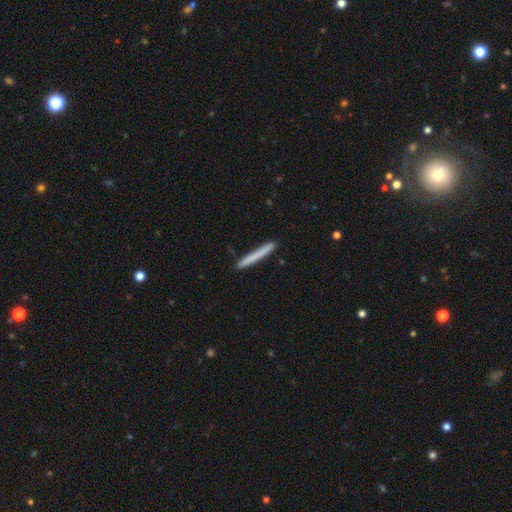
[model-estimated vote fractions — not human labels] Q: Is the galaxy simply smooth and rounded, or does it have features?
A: smooth — 73%.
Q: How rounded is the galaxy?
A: cigar-shaped — 97%.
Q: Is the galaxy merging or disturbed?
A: none — 89%.